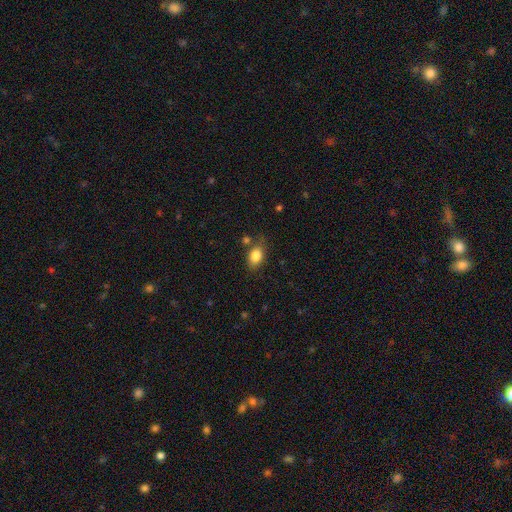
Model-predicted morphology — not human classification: This appears to be a smooth galaxy with no disk features (83%) that is in between round and cigar-shaped (82%). Merging: none (69%).